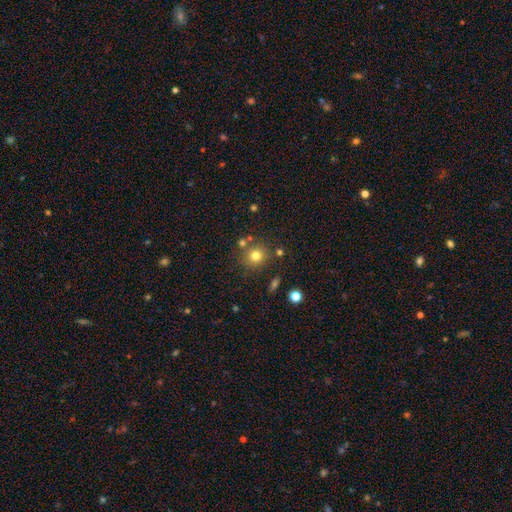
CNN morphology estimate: This is likely a smooth galaxy (76%). How rounded: clearly round (89%). Merging: likely none (75%).